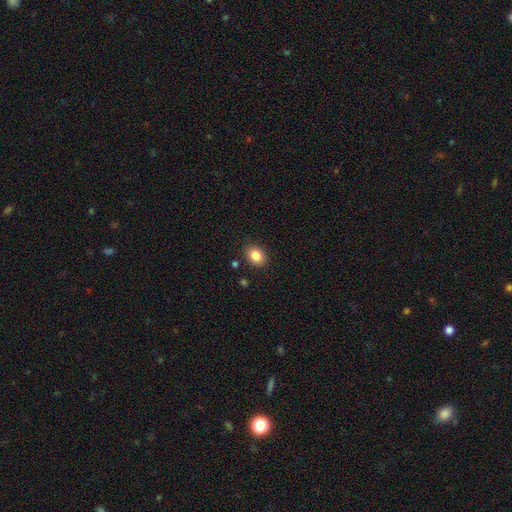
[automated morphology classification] Q: Smooth or featured?
A: smooth (85%); runner-up: star or artifact (9%)
Q: How rounded?
A: in between (67%); runner-up: round (32%)
Q: Merging?
A: none (87%); runner-up: minor disturbance (9%)